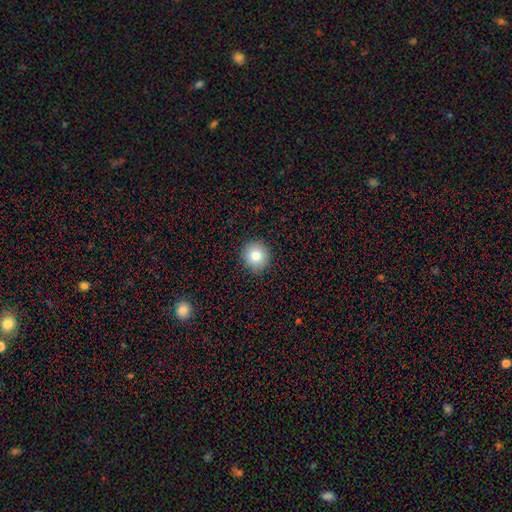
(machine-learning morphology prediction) Overall: smooth (81%). How rounded: round (91%). Merging: none (91%).